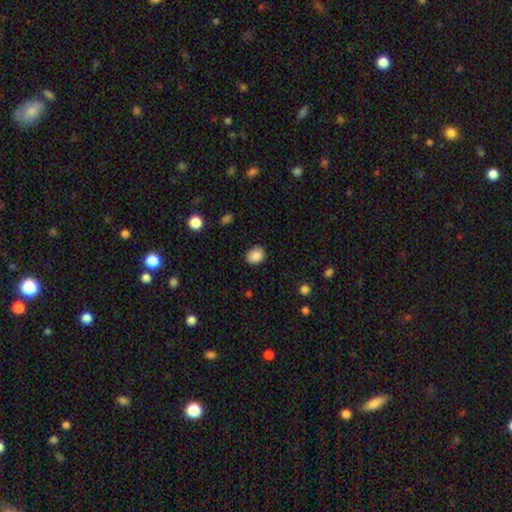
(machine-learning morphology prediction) Smooth or featured? smooth (88%)
How rounded? in between (50%)
Merging? none (86%)